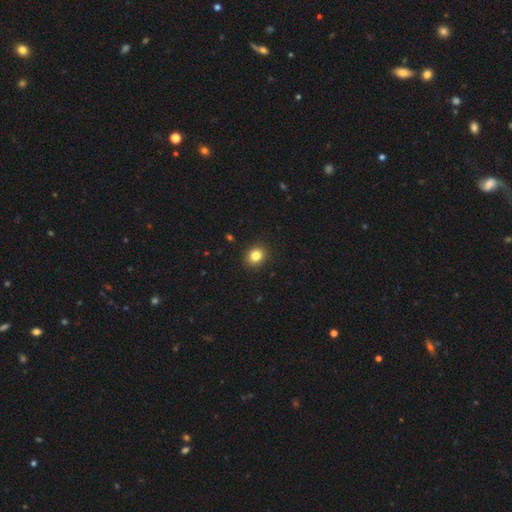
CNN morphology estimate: A smooth galaxy with no disk features (83%) that is round (62%).

Vote fractions:
- Smooth or featured? smooth: 83% / star or artifact: 11% / featured or disk: 6%
- How rounded? round: 62% / in between: 37% / cigar-shaped: 1%
- Merging? none: 91% / minor disturbance: 7% / major disturbance: 2% / merger: 1%